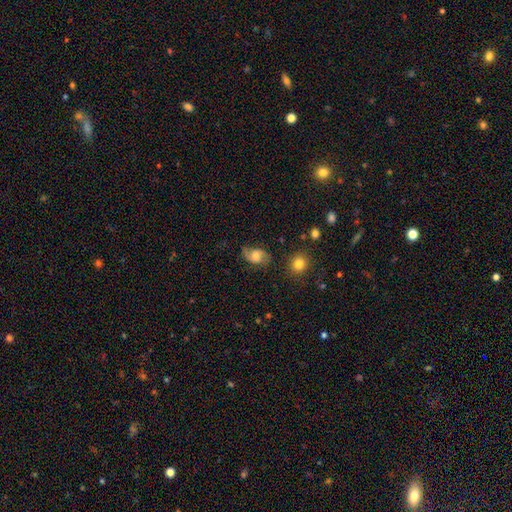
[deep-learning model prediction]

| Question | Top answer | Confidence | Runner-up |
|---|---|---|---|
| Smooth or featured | featured or disk | 53% | smooth (38%) |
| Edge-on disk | no | 96% | yes (4%) |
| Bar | no | 56% | weak (37%) |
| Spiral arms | yes | 88% | no (12%) |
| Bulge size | moderate | 53% | small (24%) |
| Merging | none | 65% | minor disturbance (23%) |